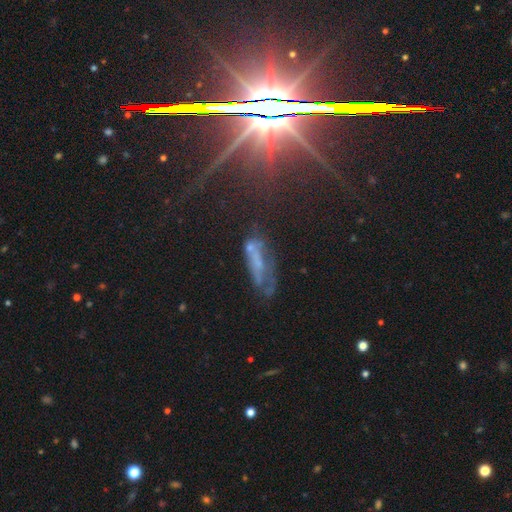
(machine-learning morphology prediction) A featured or disk galaxy (45%). Merging: none (53%).